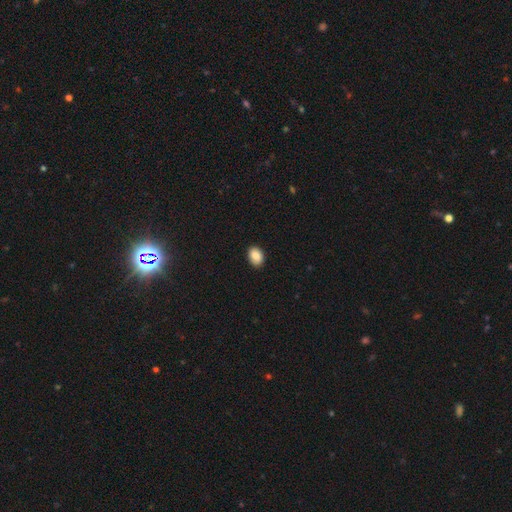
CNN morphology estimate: Smooth or featured? smooth (88%)
How rounded? in between (78%)
Merging? none (89%)